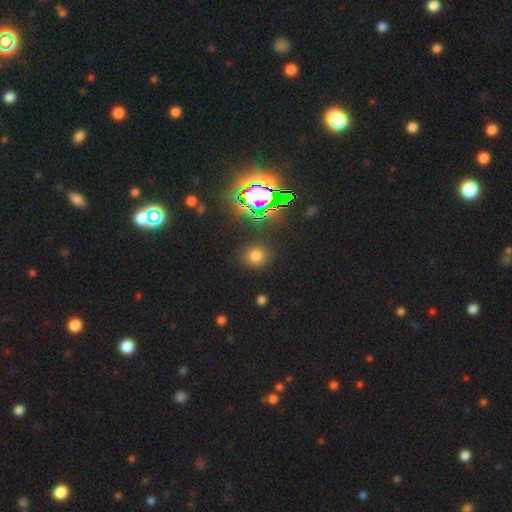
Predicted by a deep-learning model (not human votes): Morphology: type=smooth (65%); roundness=round (85%); merging=none (87%).